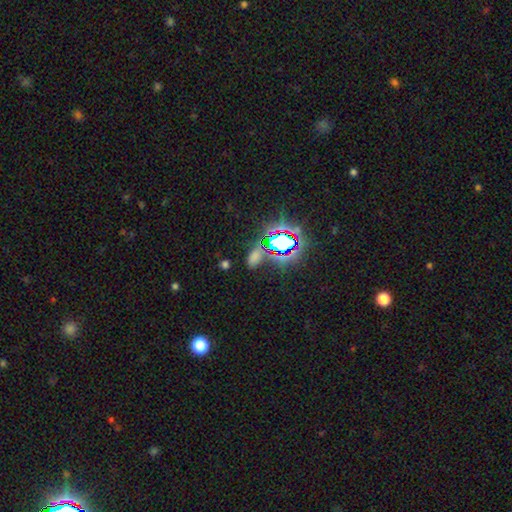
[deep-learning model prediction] This is possibly a smooth galaxy (47%). Merging: likely none (70%).